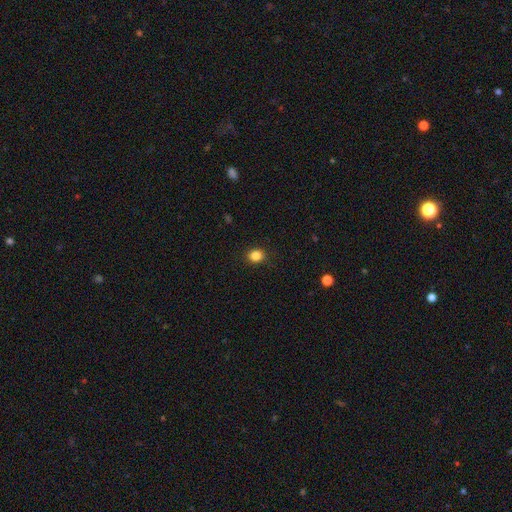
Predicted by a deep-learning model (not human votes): Smooth or featured: smooth — 85% (star or artifact — 11%)
How rounded: round — 70% (in between — 29%)
Merging: none — 90% (minor disturbance — 7%)